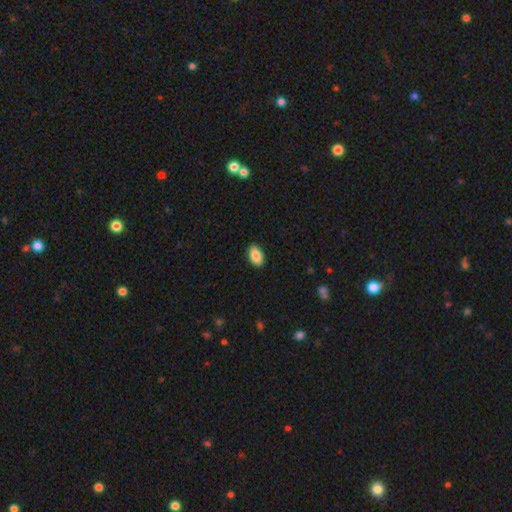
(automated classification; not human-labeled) This appears to be a smooth galaxy with no disk features (88%) that is in between round and cigar-shaped (94%). Merging: none (89%).